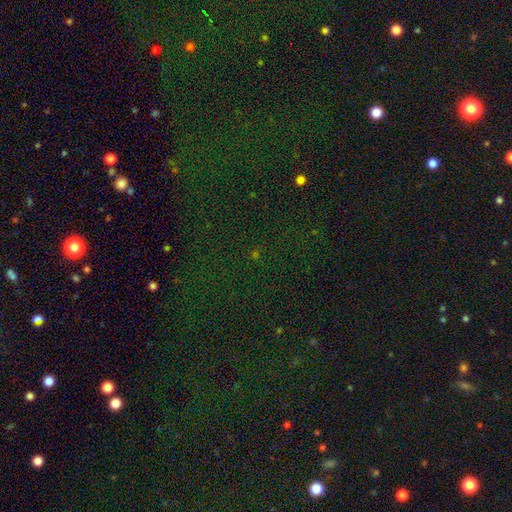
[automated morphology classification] star or artifact 76%, smooth 15%, featured or disk 8%.